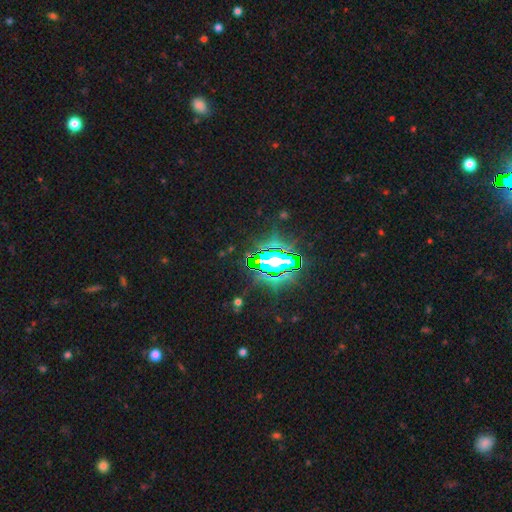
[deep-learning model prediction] star or artifact 81%, smooth 11%, featured or disk 8%.